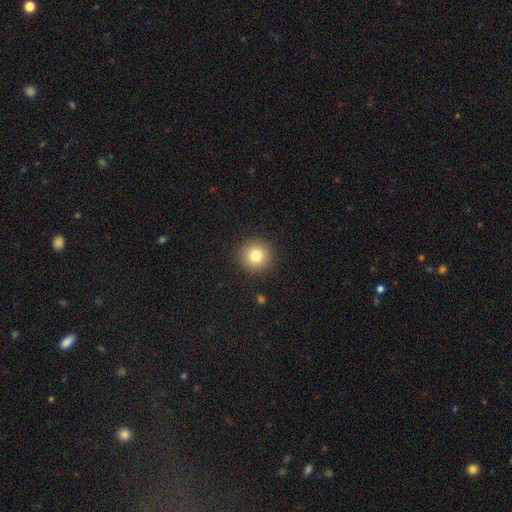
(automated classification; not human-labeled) Smooth or featured: smooth — 81% (star or artifact — 11%)
How rounded: round — 95% (in between — 4%)
Merging: none — 91% (minor disturbance — 5%)